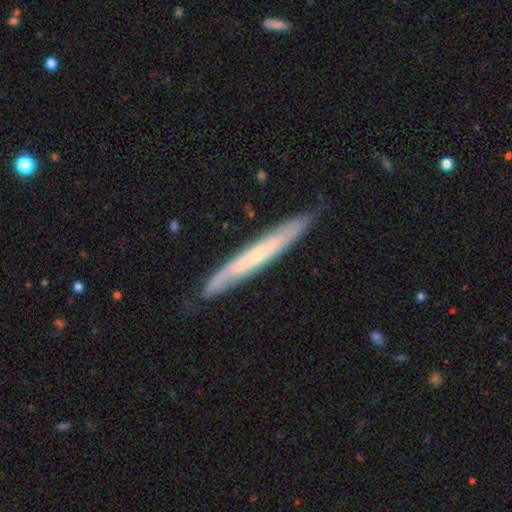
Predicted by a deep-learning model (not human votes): This is possibly a featured or disk galaxy (60%). It is likely viewed edge-on (79%). Merging: clearly none (81%).